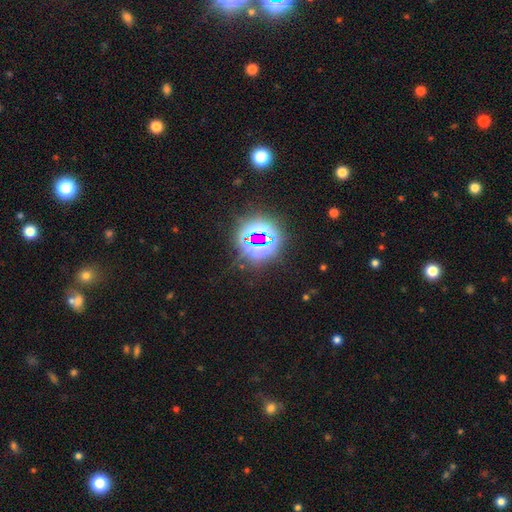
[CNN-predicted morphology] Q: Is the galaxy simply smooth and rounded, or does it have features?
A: star or artifact — 79%.